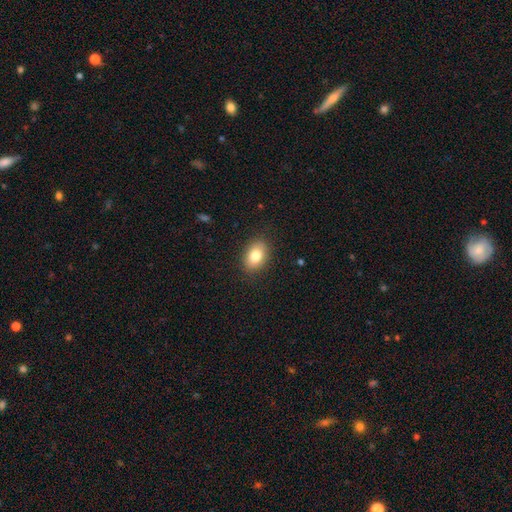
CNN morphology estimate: A smooth galaxy with no disk features (82%) that is in between round and cigar-shaped (81%).

Vote fractions:
- Smooth or featured? smooth: 82% / featured or disk: 10% / star or artifact: 8%
- How rounded? in between: 81% / round: 18% / cigar-shaped: 1%
- Merging? none: 87% / minor disturbance: 10% / major disturbance: 3% / merger: 1%